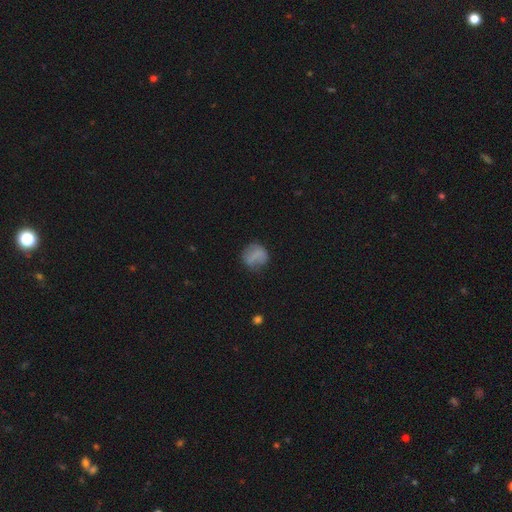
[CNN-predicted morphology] smooth-or-featured: smooth: 72% | featured or disk: 18% | star or artifact: 10%
  how-rounded: round: 78% | in between: 21% | cigar-shaped: 2%
  merging: none: 61% | minor disturbance: 25% | major disturbance: 11% | merger: 3%